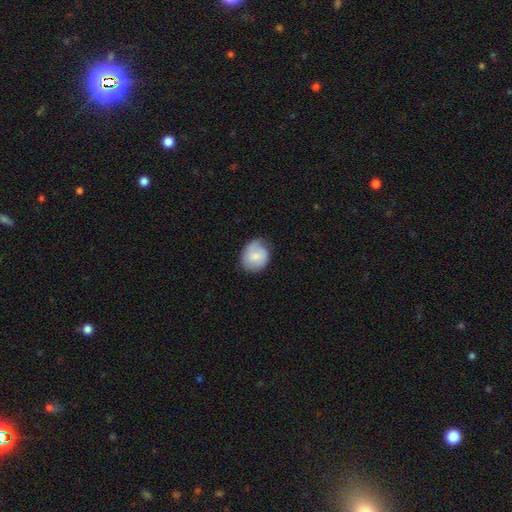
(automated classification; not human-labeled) The model was most divided on "how rounded": round: 66%, in between: 33%, cigar-shaped: 1%. More confident: smooth or featured — smooth (72%); merging — none (66%).